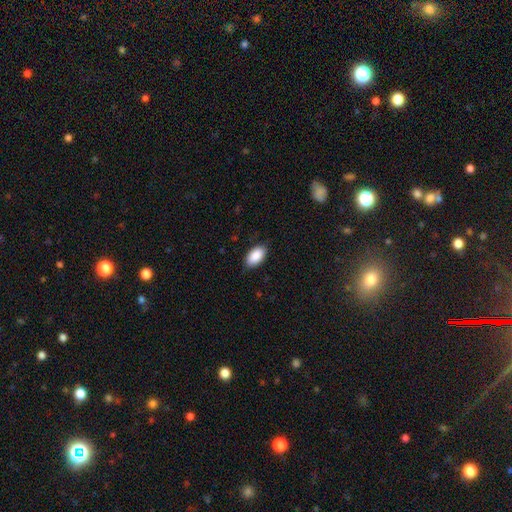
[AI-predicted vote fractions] A smooth galaxy with no disk features (90%) that is in between round and cigar-shaped (95%).

Vote fractions:
- Smooth or featured? smooth: 90% / star or artifact: 6% / featured or disk: 4%
- How rounded? in between: 95% / round: 3% / cigar-shaped: 2%
- Merging? none: 84% / minor disturbance: 12% / major disturbance: 2% / merger: 1%